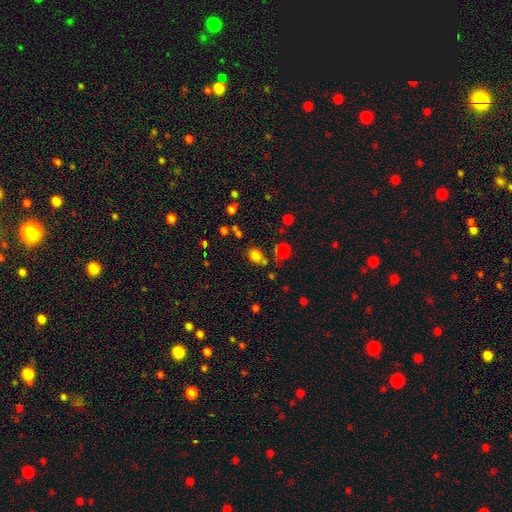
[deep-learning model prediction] smooth-or-featured: smooth: 78% | star or artifact: 15% | featured or disk: 6%
  how-rounded: round: 54% | in between: 45% | cigar-shaped: 1%
  merging: none: 68% | minor disturbance: 15% | merger: 12% | major disturbance: 6%